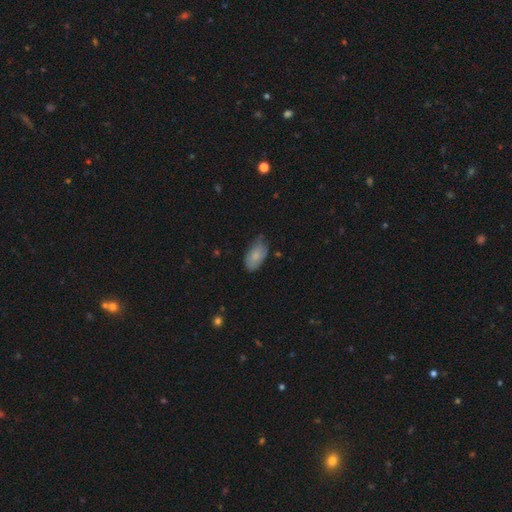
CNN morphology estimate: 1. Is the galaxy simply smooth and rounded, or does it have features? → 80% smooth, 14% featured or disk, 6% star or artifact.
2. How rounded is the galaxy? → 94% in between, 3% round, 3% cigar-shaped.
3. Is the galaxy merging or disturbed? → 62% none, 31% minor disturbance, 5% major disturbance, 2% merger.